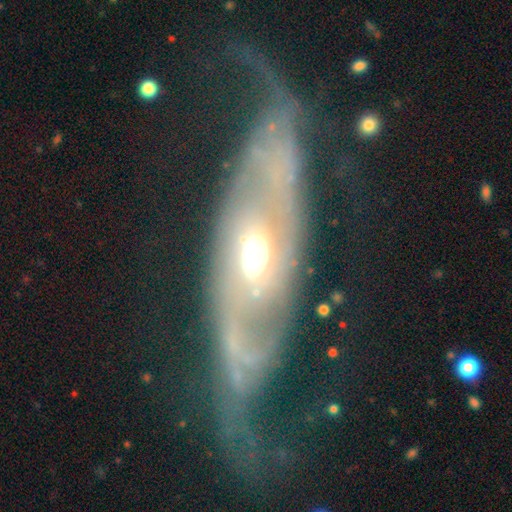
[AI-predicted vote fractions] This appears to be a featured or disk galaxy (78%) with no bar (58%), spiral arms (69%) and a moderate central bulge (68%). Merging: none (41%).